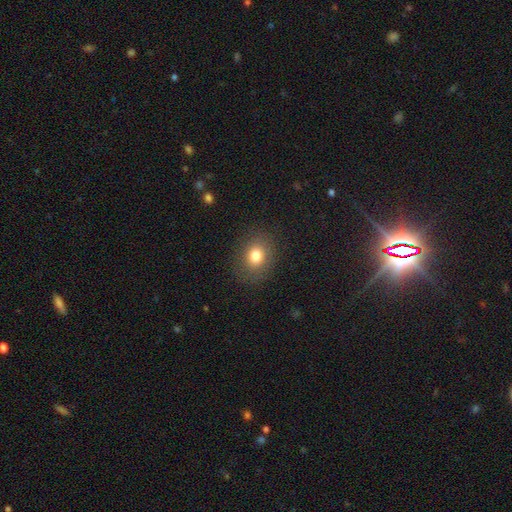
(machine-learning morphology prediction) Q: Smooth or featured?
A: smooth (79%); runner-up: star or artifact (11%)
Q: How rounded?
A: round (57%); runner-up: in between (42%)
Q: Merging?
A: none (84%); runner-up: minor disturbance (10%)